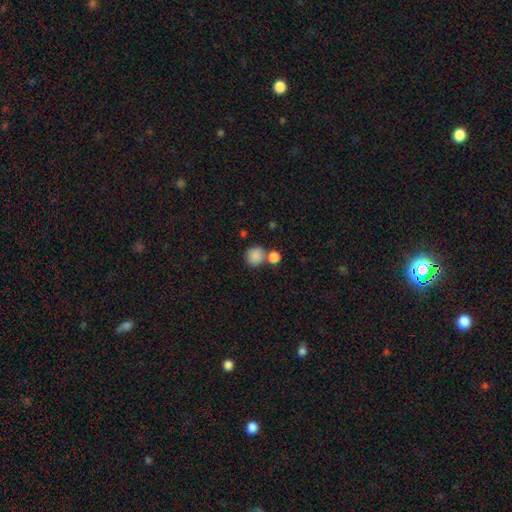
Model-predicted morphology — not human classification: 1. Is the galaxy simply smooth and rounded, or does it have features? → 86% smooth, 9% star or artifact, 5% featured or disk.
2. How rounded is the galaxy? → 85% round, 14% in between, 1% cigar-shaped.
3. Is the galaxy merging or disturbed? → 59% none, 27% merger, 10% minor disturbance, 4% major disturbance.